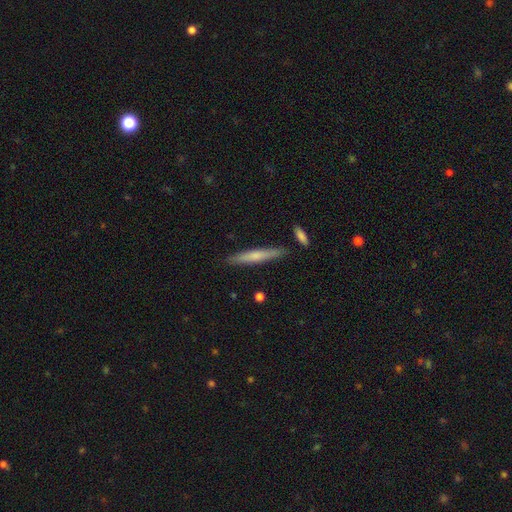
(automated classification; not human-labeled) This is possibly a smooth galaxy (57%). How rounded: clearly cigar-shaped (94%). Merging: clearly none (86%).